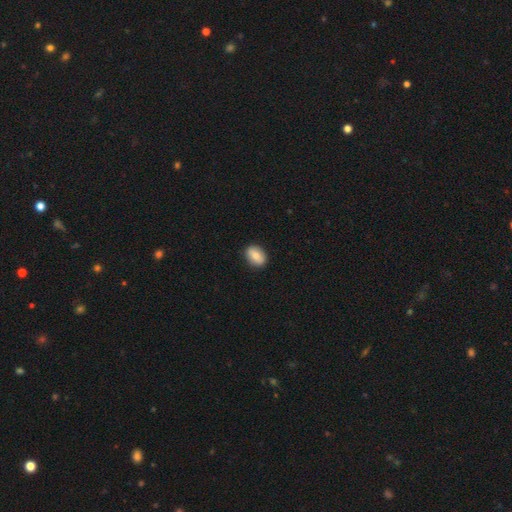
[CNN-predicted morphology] smooth 80%, featured or disk 13%, star or artifact 7%. Down the decision tree: how rounded — in between (77%); merging — none (88%).